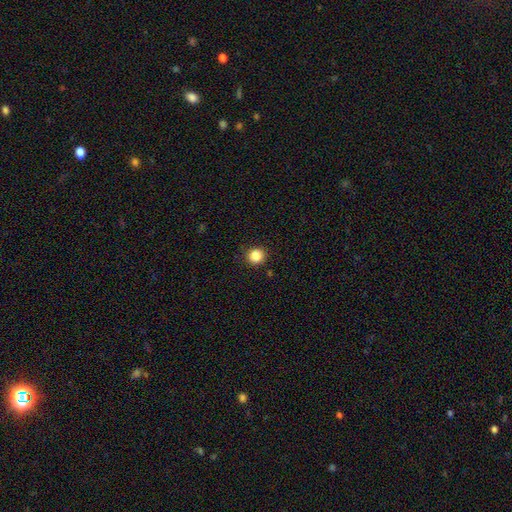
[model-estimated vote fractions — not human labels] Q: Smooth or featured?
A: smooth (85%); runner-up: star or artifact (11%)
Q: How rounded?
A: round (92%); runner-up: in between (7%)
Q: Merging?
A: none (90%); runner-up: minor disturbance (7%)